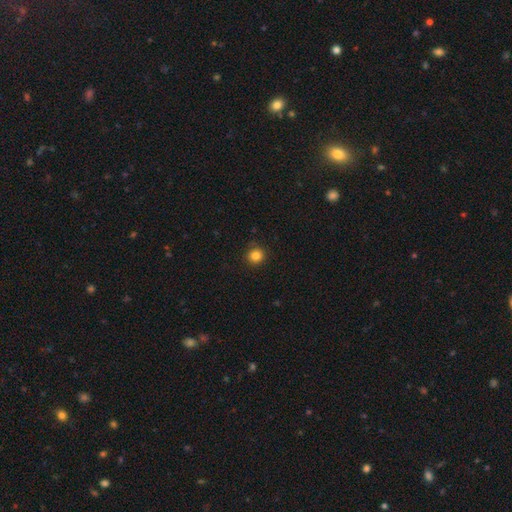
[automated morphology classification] A smooth galaxy with no disk features (83%) that is round (92%).

Vote fractions:
- Smooth or featured? smooth: 83% / star or artifact: 12% / featured or disk: 5%
- How rounded? round: 92% / in between: 7% / cigar-shaped: 1%
- Merging? none: 89% / minor disturbance: 8% / major disturbance: 2% / merger: 1%